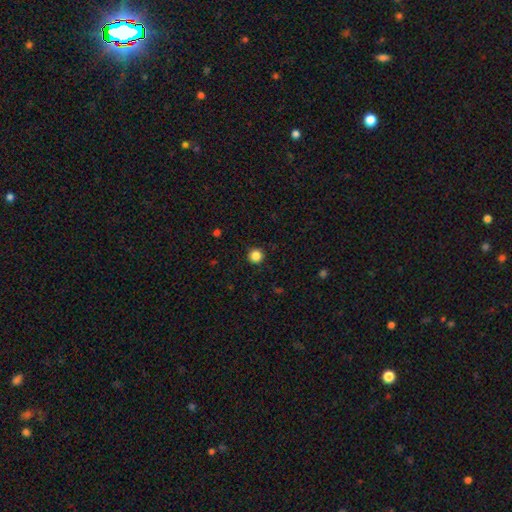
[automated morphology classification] smooth 85%, star or artifact 12%, featured or disk 3%. Down the decision tree: how rounded — round (96%); merging — none (92%).